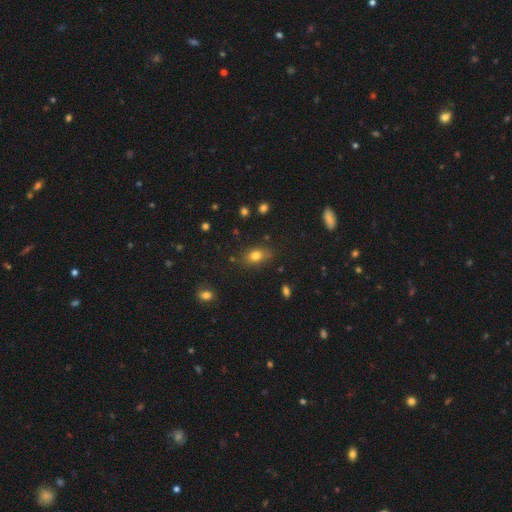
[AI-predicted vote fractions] smooth_or_featured: smooth (p=0.76) [alt: star or artifact p=0.12]
how_rounded: in between (p=0.77) [alt: round p=0.19]
merging: none (p=0.80) [alt: minor disturbance p=0.14]